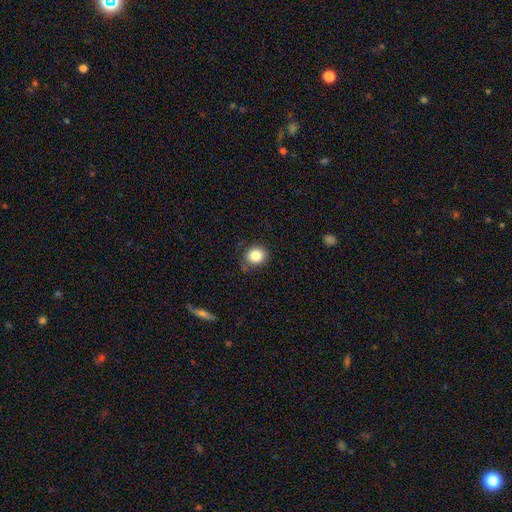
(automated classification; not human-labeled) Smooth or featured? smooth (84%)
How rounded? round (78%)
Merging? none (81%)